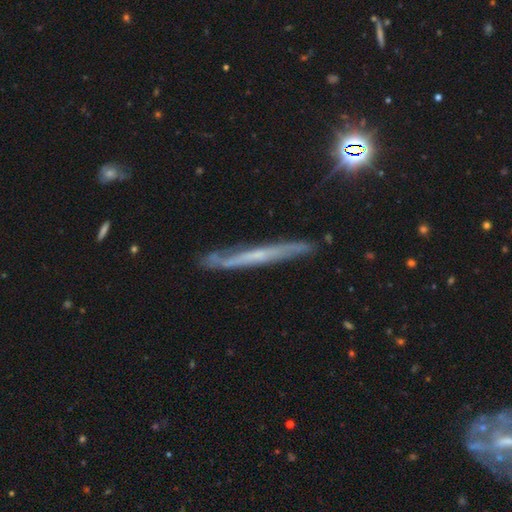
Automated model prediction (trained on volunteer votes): Overall: featured or disk (65%; smooth 27%). Edge-on disk: yes (87%). Edge-on bulge: none (71%). Merging: none (74%).